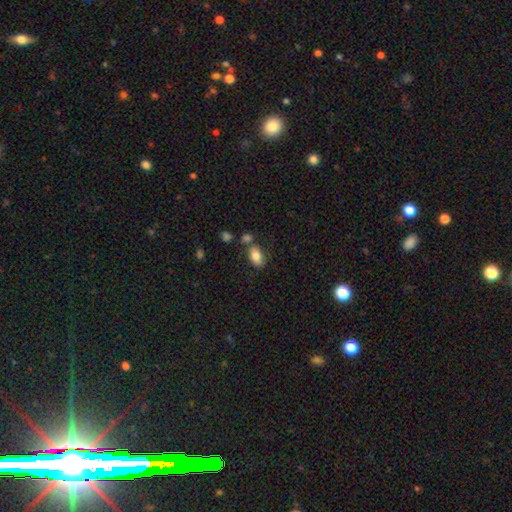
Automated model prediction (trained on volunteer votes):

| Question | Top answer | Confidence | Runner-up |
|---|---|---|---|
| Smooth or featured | smooth | 81% | featured or disk (11%) |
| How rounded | in between | 89% | round (9%) |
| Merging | none | 66% | minor disturbance (15%) |